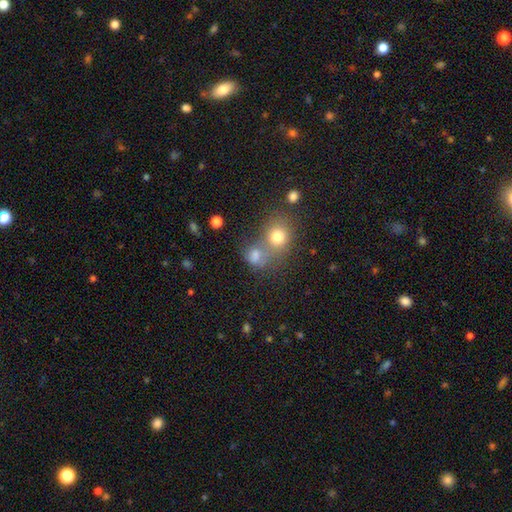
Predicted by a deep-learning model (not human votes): The model was most divided on "merging": merger: 46%, none: 35%, minor disturbance: 11%, major disturbance: 8%. More confident: smooth or featured — smooth (73%); how rounded — round (57%).